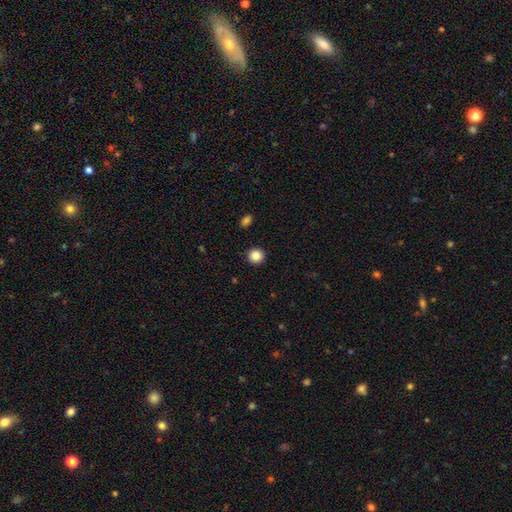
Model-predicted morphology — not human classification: smooth-or-featured: smooth: 86% | star or artifact: 10% | featured or disk: 4%
  how-rounded: round: 94% | in between: 5% | cigar-shaped: 1%
  merging: none: 93% | minor disturbance: 5% | major disturbance: 2% | merger: 1%